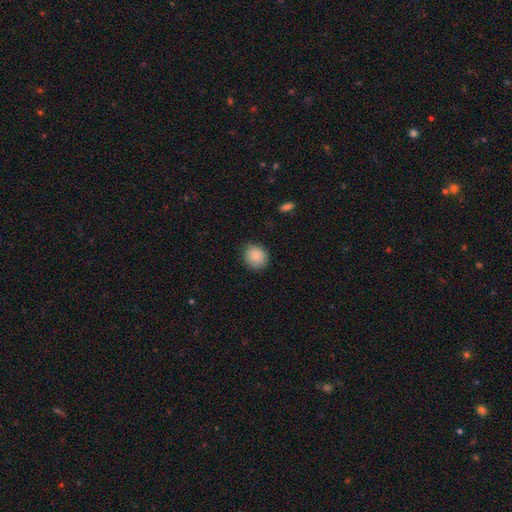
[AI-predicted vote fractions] This is clearly a smooth galaxy (87%). How rounded: likely round (75%). Merging: clearly none (84%).